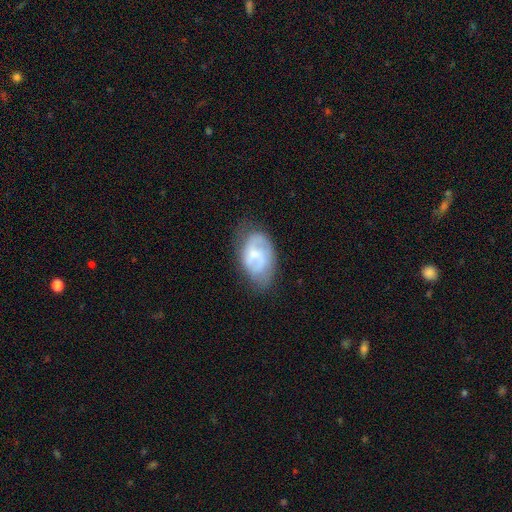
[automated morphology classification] Smooth or featured? Predicted: featured or disk (p=0.64). Edge-on disk? Predicted: no (p=0.97). Bar? Predicted: no (p=0.48). Spiral arms? Predicted: yes (p=0.82). Spiral winding? Predicted: medium (p=0.46). Spiral arm count? Predicted: 2 (p=0.58). Bulge size? Predicted: small (p=0.52). Merging? Predicted: none (p=0.60).